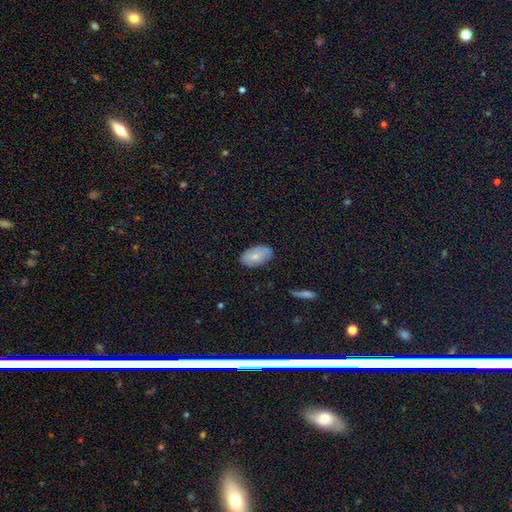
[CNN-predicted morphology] type=smooth (70%); roundness=in between (92%); merging=none (73%).